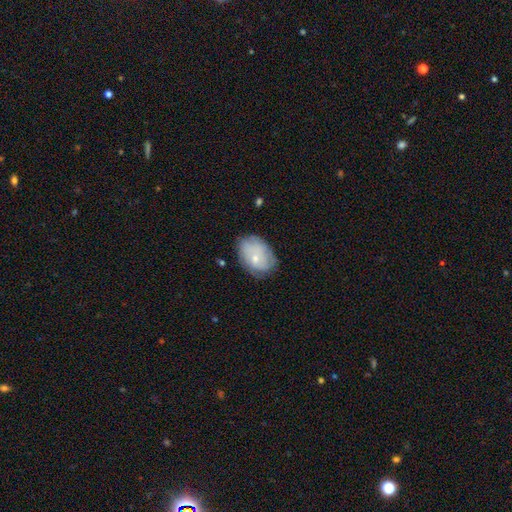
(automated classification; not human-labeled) Smooth or featured: smooth — 57% (featured or disk — 35%)
How rounded: in between — 76% (round — 23%)
Merging: none — 65% (minor disturbance — 25%)